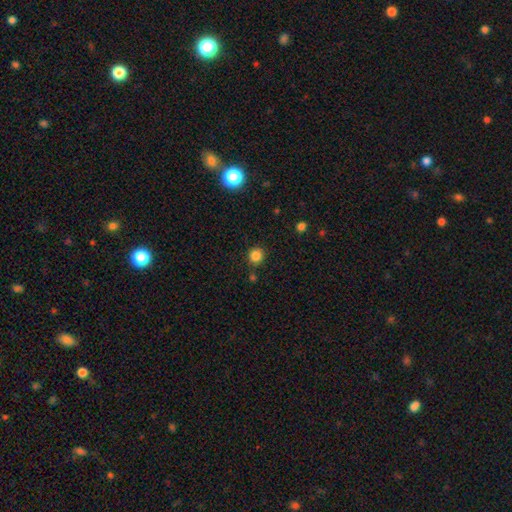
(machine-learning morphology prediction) smooth-or-featured: smooth: 84% | star or artifact: 12% | featured or disk: 4%
  how-rounded: round: 92% | in between: 7% | cigar-shaped: 1%
  merging: none: 86% | minor disturbance: 8% | merger: 4% | major disturbance: 2%